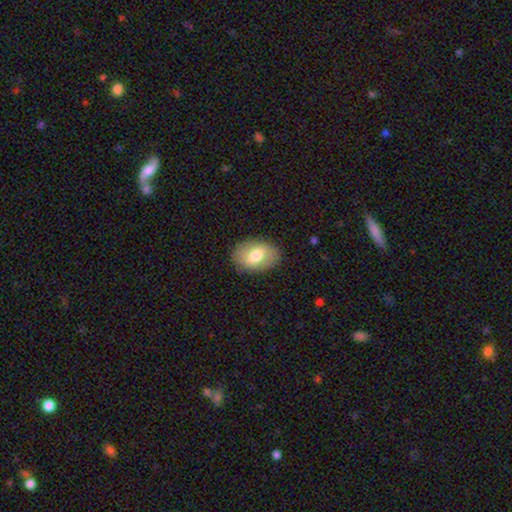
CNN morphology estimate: A smooth galaxy with no disk features (65%) that is in between round and cigar-shaped (83%).

Vote fractions:
- Smooth or featured? smooth: 65% / featured or disk: 28% / star or artifact: 7%
- How rounded? in between: 83% / round: 15% / cigar-shaped: 1%
- Merging? none: 85% / minor disturbance: 10% / major disturbance: 3% / merger: 1%